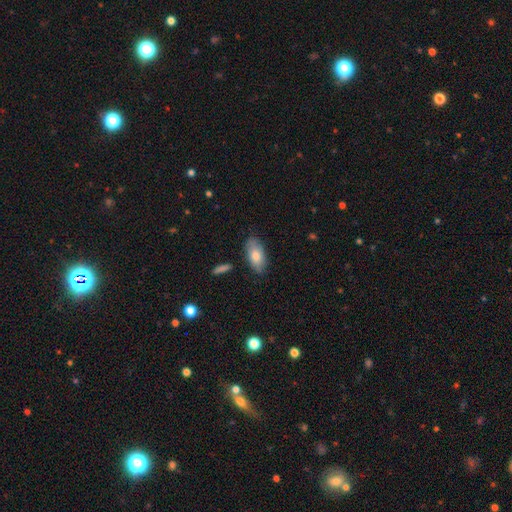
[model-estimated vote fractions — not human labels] A smooth galaxy with no disk features (74%) that is in between round and cigar-shaped (90%).

Vote fractions:
- Smooth or featured? smooth: 74% / featured or disk: 19% / star or artifact: 7%
- How rounded? in between: 90% / cigar-shaped: 7% / round: 3%
- Merging? none: 81% / minor disturbance: 14% / major disturbance: 3% / merger: 2%